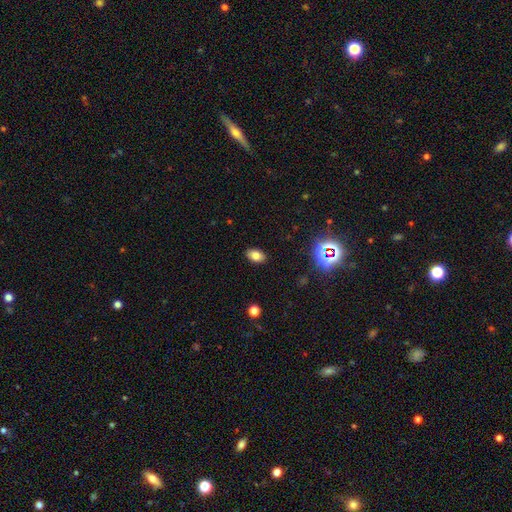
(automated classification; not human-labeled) Morphology: type=smooth (78%); roundness=in between (89%); merging=none (89%).